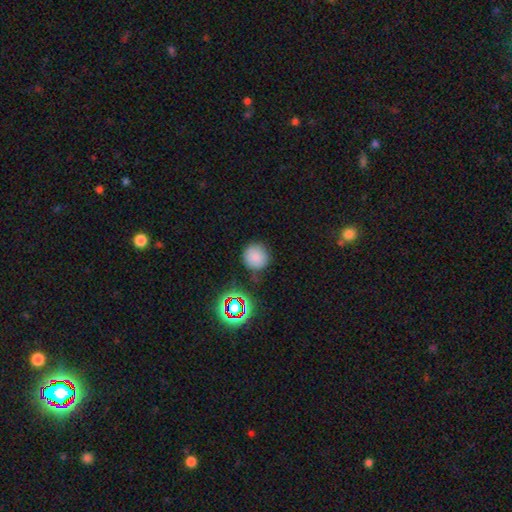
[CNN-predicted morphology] smooth_or_featured: smooth (p=0.77) [alt: star or artifact p=0.16]
how_rounded: round (p=0.91) [alt: in between p=0.08]
merging: none (p=0.81) [alt: minor disturbance p=0.12]